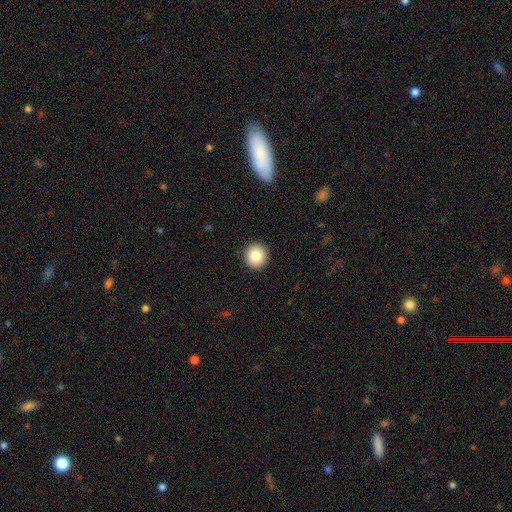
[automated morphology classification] Overall: smooth (84%). How rounded: round (95%). Merging: none (93%).